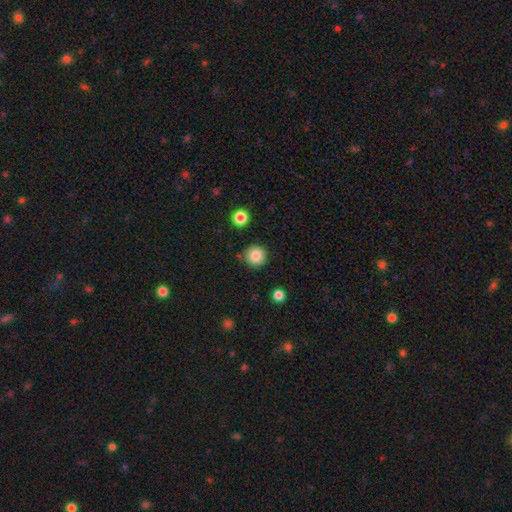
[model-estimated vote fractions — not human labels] Smooth or featured? Predicted: smooth (p=0.84). How rounded? Predicted: round (p=0.95). Merging? Predicted: none (p=0.87).